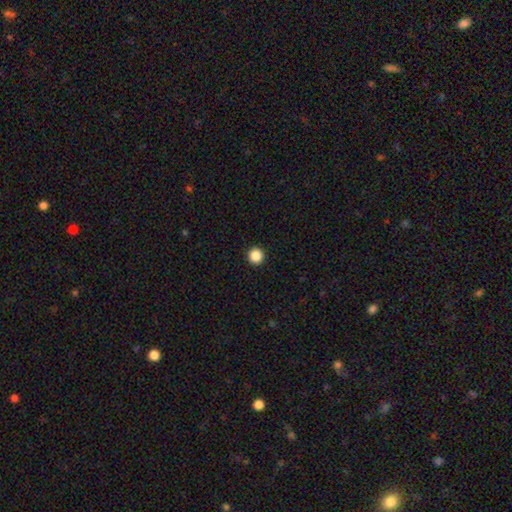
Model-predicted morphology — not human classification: smooth_or_featured: smooth (p=0.87) [alt: star or artifact p=0.10]
how_rounded: round (p=0.96) [alt: in between p=0.03]
merging: none (p=0.94) [alt: minor disturbance p=0.04]